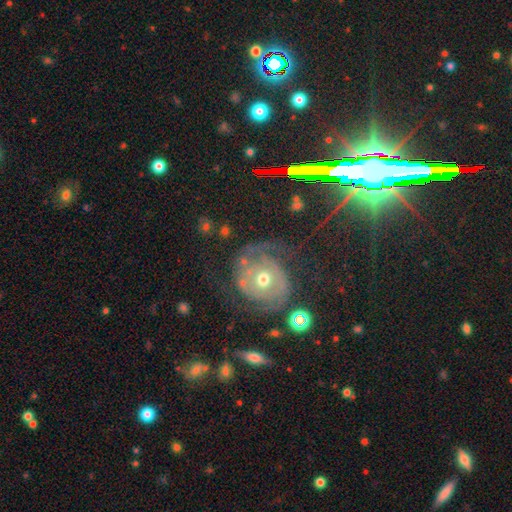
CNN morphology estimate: type=featured or disk (67%); edge-on=no (90%); bar=no (70%); spiral arms=yes (90%); winding=tight (70%); arm count=2 (34%, tied with can't tell); bulge=moderate (55%); merging=none (76%).